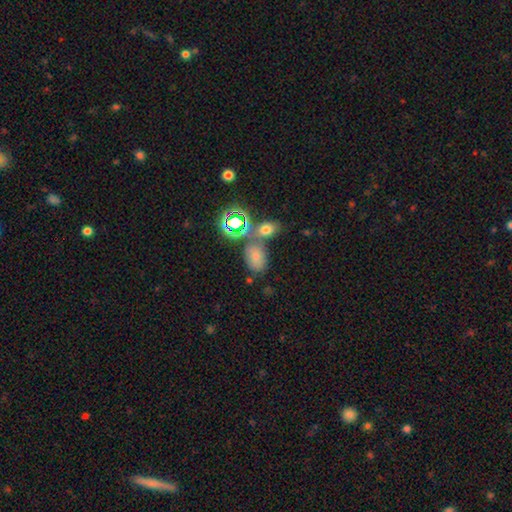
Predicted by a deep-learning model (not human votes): This is likely a smooth galaxy (62%). How rounded: clearly in between (82%). Merging: possibly none (56%).